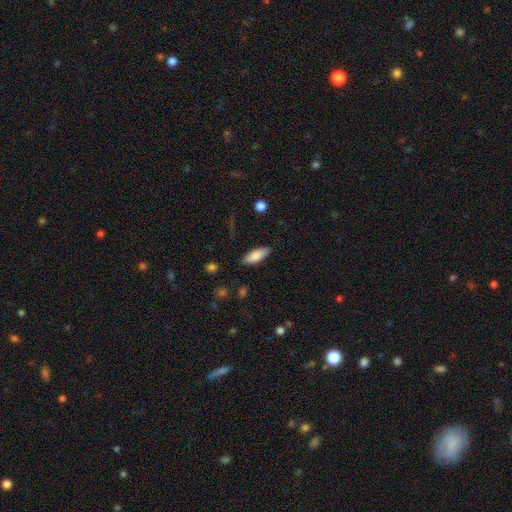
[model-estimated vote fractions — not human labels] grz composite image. It shows a smooth galaxy with no disk features (81%) that is in between round and cigar-shaped (69%). Merging: none (85%).